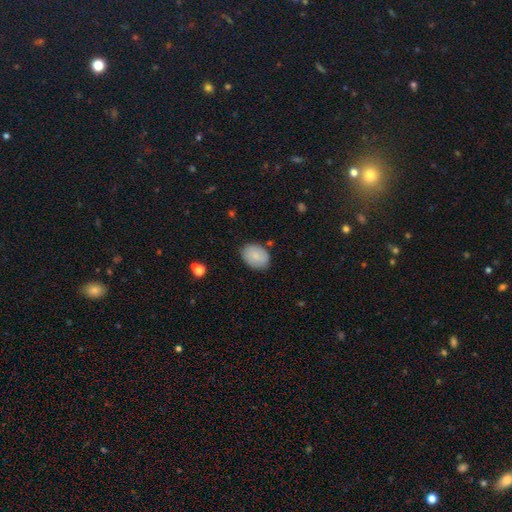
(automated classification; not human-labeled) The model was most divided on "how rounded": in between: 70%, round: 29%, cigar-shaped: 1%. More confident: merging — none (83%); smooth or featured — smooth (81%).